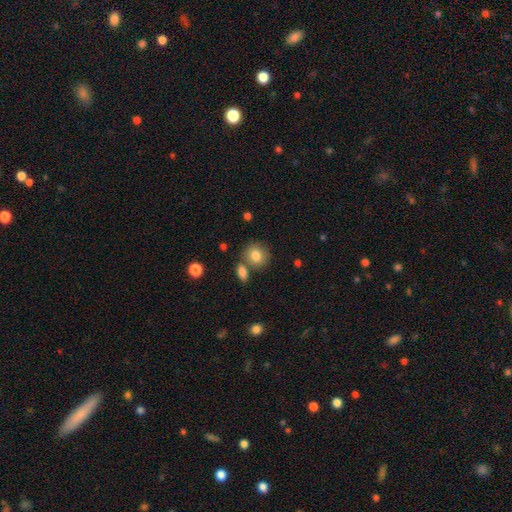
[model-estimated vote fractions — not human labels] This is clearly a smooth galaxy (83%). How rounded: likely round (74%). Merging: likely none (67%).